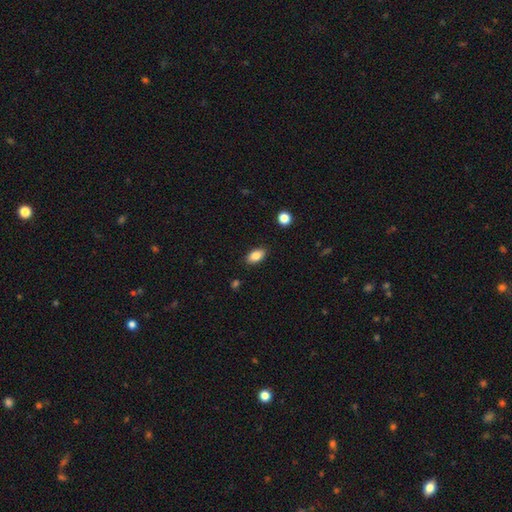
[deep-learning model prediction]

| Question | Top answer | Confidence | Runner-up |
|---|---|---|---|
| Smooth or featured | smooth | 85% | star or artifact (8%) |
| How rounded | in between | 91% | round (6%) |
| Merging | none | 87% | minor disturbance (9%) |